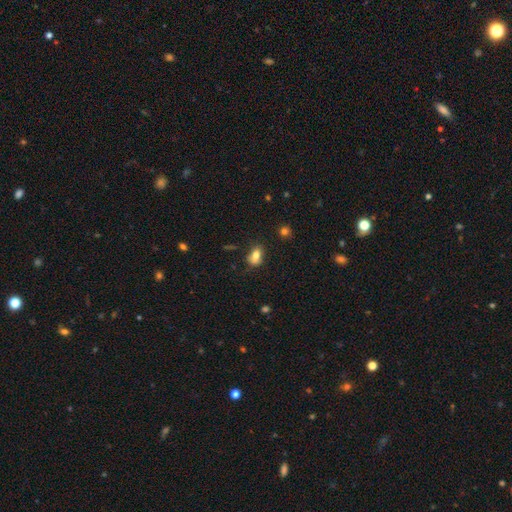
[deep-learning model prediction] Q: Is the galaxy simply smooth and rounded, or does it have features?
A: smooth — 77%.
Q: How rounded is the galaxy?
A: in between — 76%.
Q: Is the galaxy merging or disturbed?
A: none — 58%.